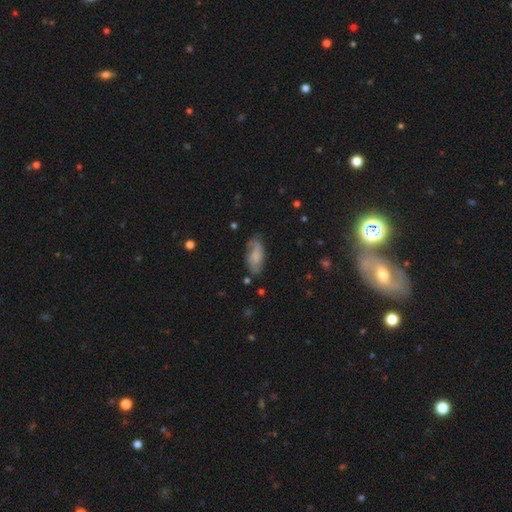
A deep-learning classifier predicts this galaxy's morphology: Smooth or featured: smooth — 47% (featured or disk — 44%)
Merging: none — 66% (minor disturbance — 23%)